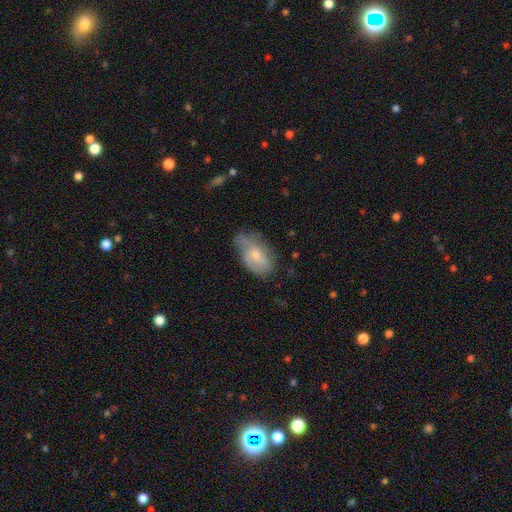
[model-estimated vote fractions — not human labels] Smooth or featured?
  - smooth: 47% *
  - featured or disk: 45%
  - star or artifact: 7%
Merging?
  - none: 41% *
  - minor disturbance: 39%
  - major disturbance: 18%
  - merger: 3%